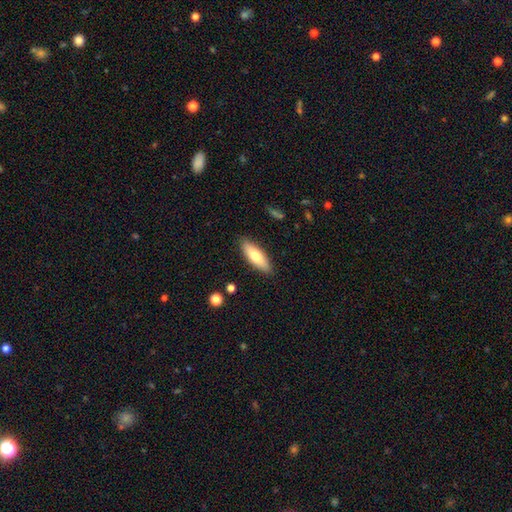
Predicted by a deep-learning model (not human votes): This is likely a smooth galaxy (70%). How rounded: possibly in between (57%). Merging: clearly none (87%).